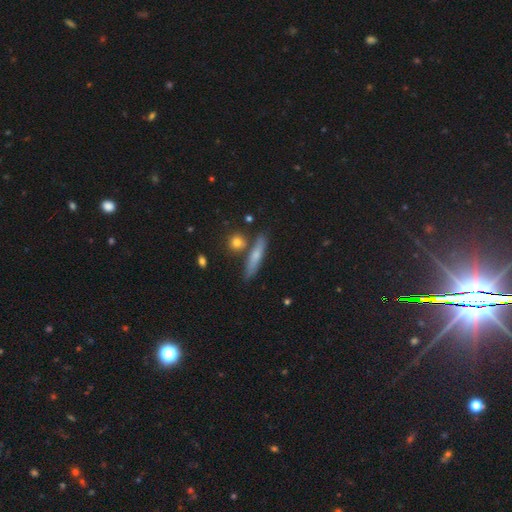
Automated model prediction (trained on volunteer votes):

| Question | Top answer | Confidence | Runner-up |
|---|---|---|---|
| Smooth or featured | smooth | 62% | featured or disk (31%) |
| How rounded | cigar-shaped | 83% | in between (13%) |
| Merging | none | 77% | minor disturbance (12%) |